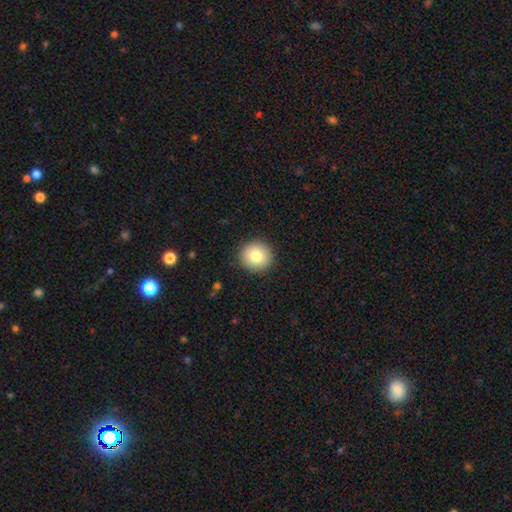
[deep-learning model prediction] This appears to be a smooth galaxy with no disk features (80%) that is round (92%). Merging: none (91%).